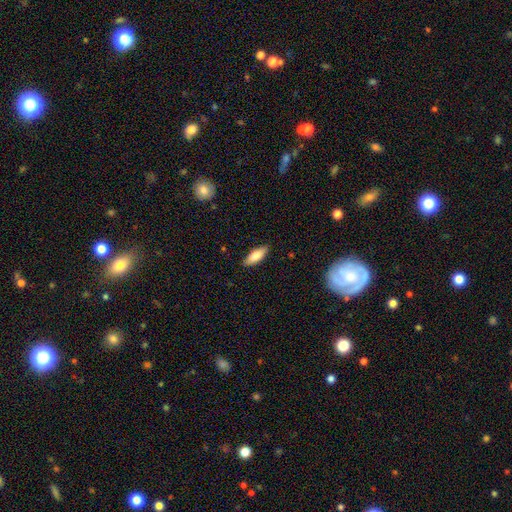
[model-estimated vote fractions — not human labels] smooth 73%, featured or disk 21%, star or artifact 6%. Down the decision tree: how rounded — in between (63%); merging — none (87%).